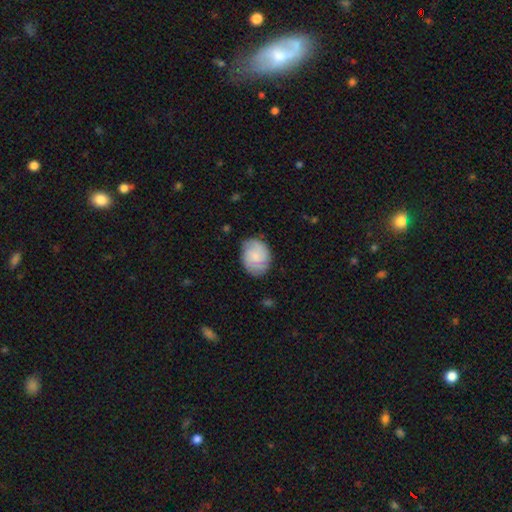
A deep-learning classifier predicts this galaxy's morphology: smooth-or-featured: smooth: 58% | featured or disk: 35% | star or artifact: 7%
  how-rounded: in between: 56% | round: 43% | cigar-shaped: 1%
  merging: none: 78% | minor disturbance: 17% | major disturbance: 4% | merger: 1%